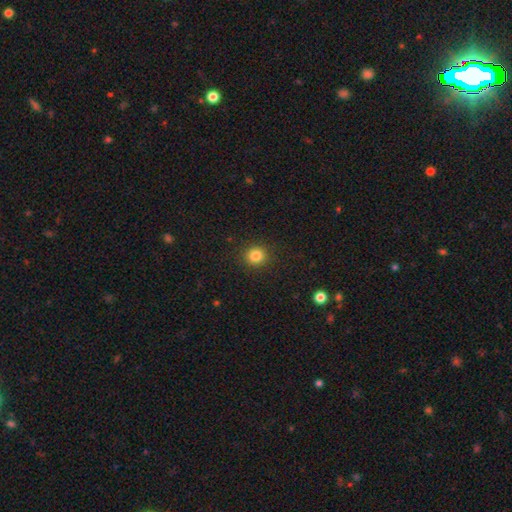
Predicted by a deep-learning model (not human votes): Smooth or featured? smooth (84%)
How rounded? round (89%)
Merging? none (90%)